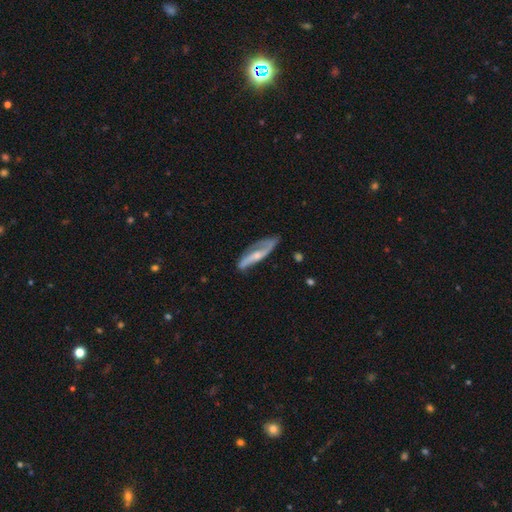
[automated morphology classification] smooth_or_featured: featured or disk (p=0.75) [alt: smooth p=0.20]
disk_edge_on: no (p=0.75) [alt: yes p=0.25]
bar: no (p=0.43) [alt: weak p=0.33]
has_spiral_arms: yes (p=0.92) [alt: no p=0.08]
spiral_winding: loose (p=0.46) [alt: medium p=0.36]
spiral_arm_count: 2 (p=0.82) [alt: 1 p=0.08]
bulge_size: moderate (p=0.46) [alt: small p=0.44]
merging: none (p=0.66) [alt: minor disturbance p=0.23]